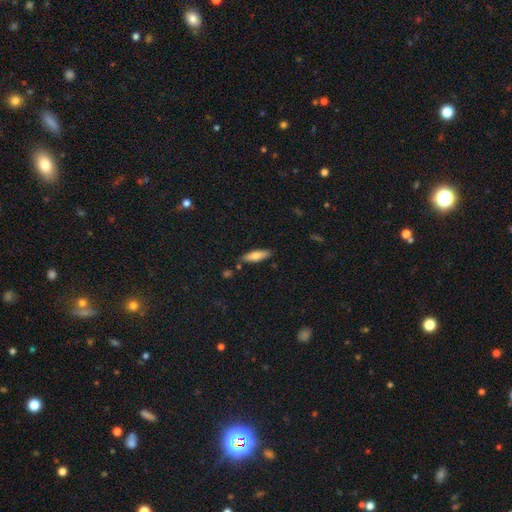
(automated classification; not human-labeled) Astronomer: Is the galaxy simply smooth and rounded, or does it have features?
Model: smooth — 74%.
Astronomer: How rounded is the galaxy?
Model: cigar-shaped — 50% (runner-up: in between, 48%).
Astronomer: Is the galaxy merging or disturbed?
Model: none — 83%.